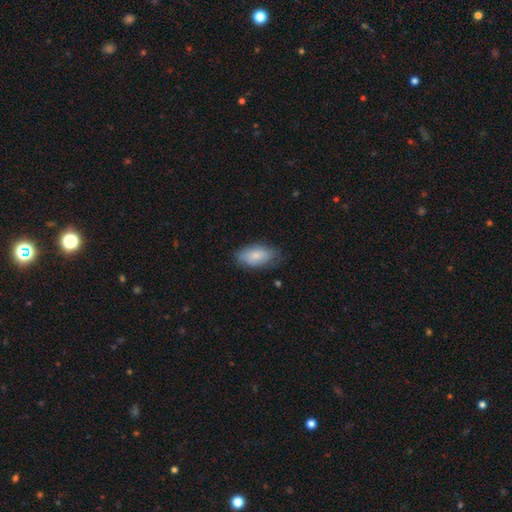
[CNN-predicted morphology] This appears to be a smooth galaxy with no disk features (79%) that is in between round and cigar-shaped (92%). Merging: none (71%).